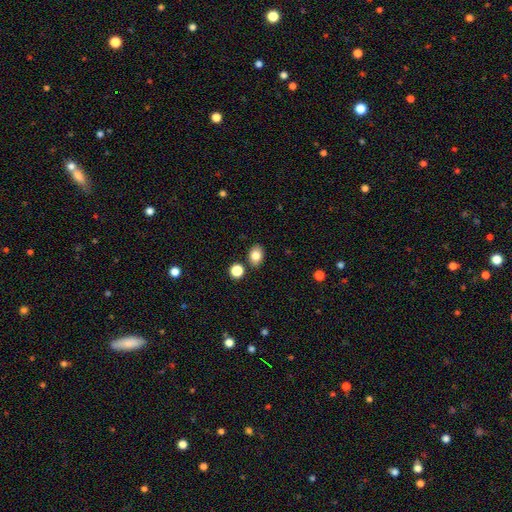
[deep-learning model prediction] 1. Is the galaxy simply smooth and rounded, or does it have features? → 83% smooth, 10% star or artifact, 7% featured or disk.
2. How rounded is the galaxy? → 68% in between, 31% round, 1% cigar-shaped.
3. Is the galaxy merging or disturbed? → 84% none, 9% minor disturbance, 5% merger, 2% major disturbance.